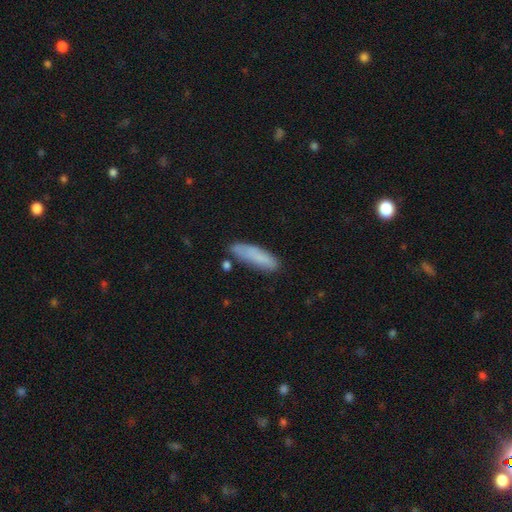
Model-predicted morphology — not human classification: Smooth or featured: smooth — 81% (featured or disk — 12%)
How rounded: cigar-shaped — 63% (in between — 35%)
Merging: none — 71% (minor disturbance — 19%)